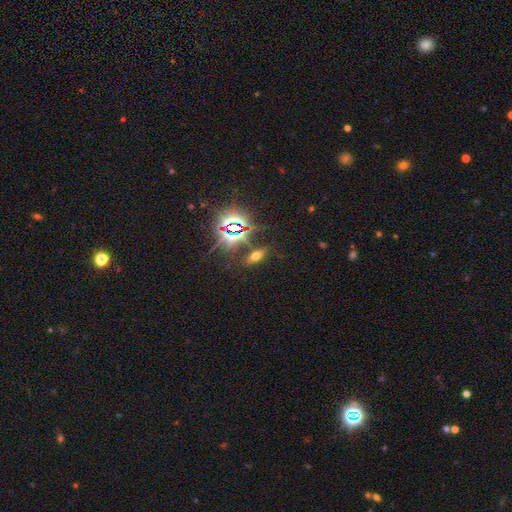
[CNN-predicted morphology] smooth-or-featured: smooth: 46% | star or artifact: 40% | featured or disk: 14%
  merging: none: 79% | minor disturbance: 11% | merger: 5% | major disturbance: 5%